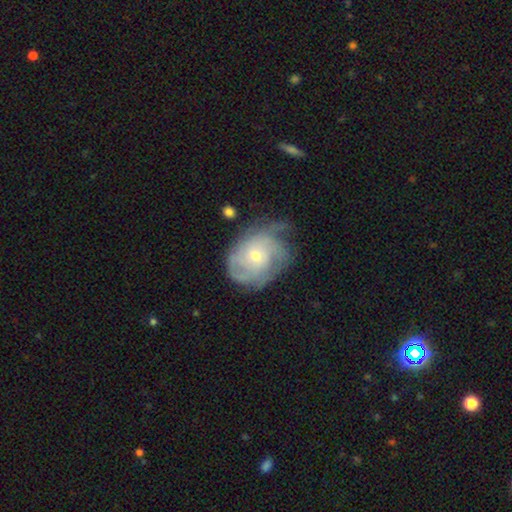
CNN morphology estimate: smooth_or_featured: featured or disk (p=0.75) [alt: smooth p=0.18]
disk_edge_on: no (p=0.97) [alt: yes p=0.03]
bar: no (p=0.78) [alt: weak p=0.19]
has_spiral_arms: yes (p=0.87) [alt: no p=0.13]
spiral_winding: tight (p=0.54) [alt: medium p=0.32]
spiral_arm_count: can't tell (p=0.42) [alt: 3 p=0.19]
bulge_size: small (p=0.58) [alt: moderate p=0.39]
merging: none (p=0.51) [alt: minor disturbance p=0.30]